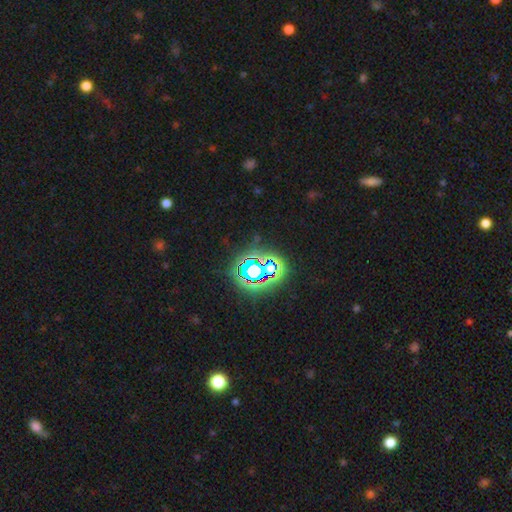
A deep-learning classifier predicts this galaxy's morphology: Smooth or featured?
  - star or artifact: 78% *
  - smooth: 14%
  - featured or disk: 8%